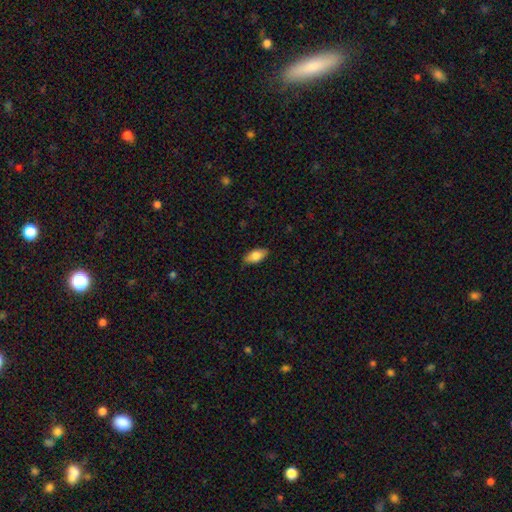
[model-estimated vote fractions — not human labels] This appears to be a smooth galaxy with no disk features (78%) that is in between round and cigar-shaped (88%). Merging: none (85%).